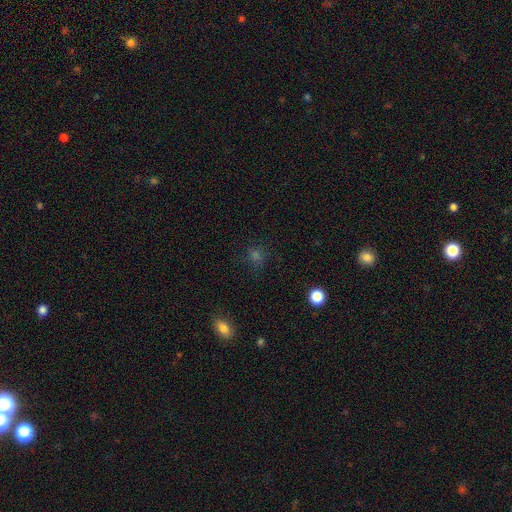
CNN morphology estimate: smooth_or_featured: smooth (p=0.61) [alt: star or artifact p=0.31]
how_rounded: round (p=0.82) [alt: in between p=0.17]
merging: none (p=0.81) [alt: minor disturbance p=0.12]